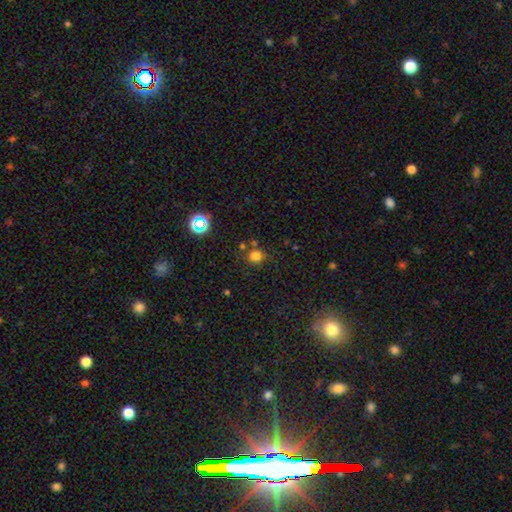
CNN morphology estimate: smooth 77%, star or artifact 18%, featured or disk 6%. Down the decision tree: how rounded — round (82%); merging — none (75%).